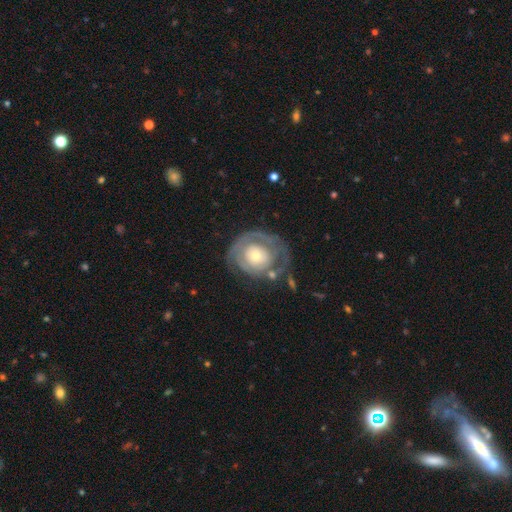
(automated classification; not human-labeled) Smooth or featured? Predicted: featured or disk (p=0.67). Edge-on disk? Predicted: no (p=0.96). Bar? Predicted: no (p=0.85). Spiral arms? Predicted: yes (p=0.54). Bulge size? Predicted: moderate (p=0.43). Merging? Predicted: none (p=0.54).